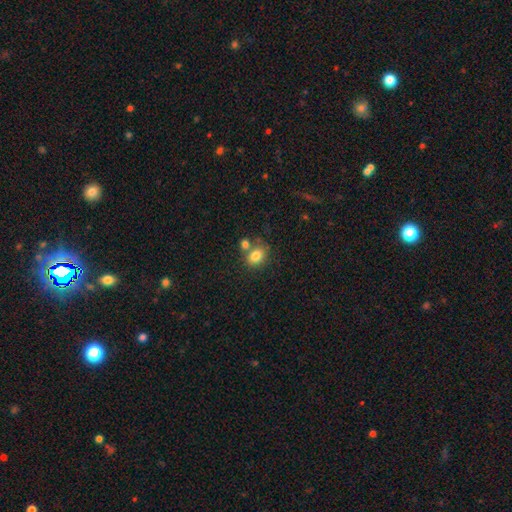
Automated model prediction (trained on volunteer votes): smooth 81%, star or artifact 10%, featured or disk 9%. Down the decision tree: how rounded — in between (55%); merging — none (56%).